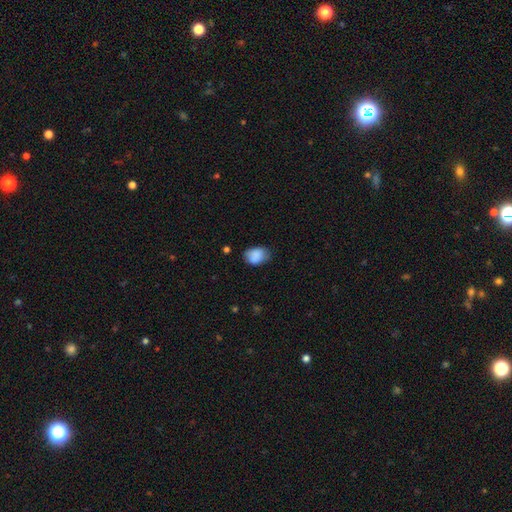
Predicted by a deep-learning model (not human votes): Morphology: type=smooth (85%); roundness=in between (74%); merging=none (64%).